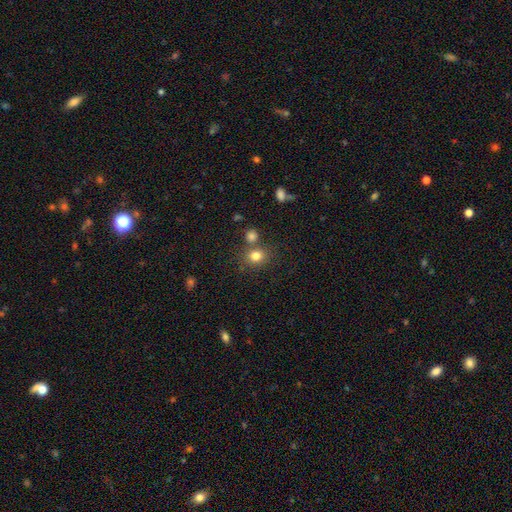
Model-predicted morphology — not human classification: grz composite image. It shows a smooth galaxy with no disk features (80%) that is round (72%). Merging: none (69%).